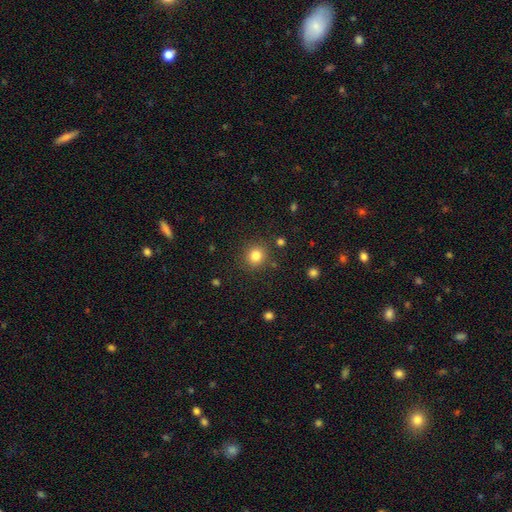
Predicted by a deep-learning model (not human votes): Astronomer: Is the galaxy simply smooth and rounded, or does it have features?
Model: smooth — 82%.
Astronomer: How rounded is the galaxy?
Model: round — 88%.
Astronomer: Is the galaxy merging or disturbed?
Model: none — 87%.